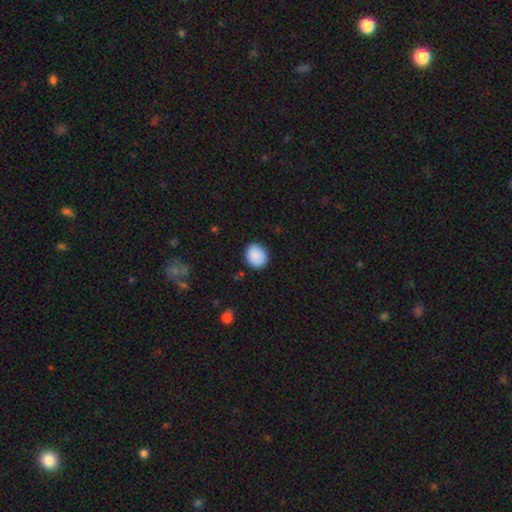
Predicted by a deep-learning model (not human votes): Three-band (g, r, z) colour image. It shows a smooth galaxy with no disk features (89%) that is round (74%). Merging: none (86%).